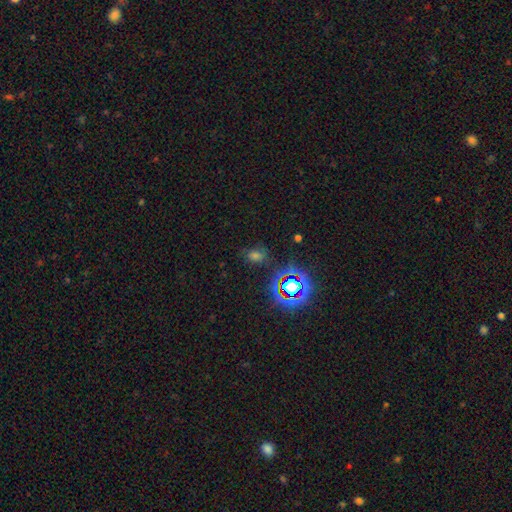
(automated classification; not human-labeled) The model was most divided on "smooth or featured": star or artifact: 47%, smooth: 43%, featured or disk: 11%.